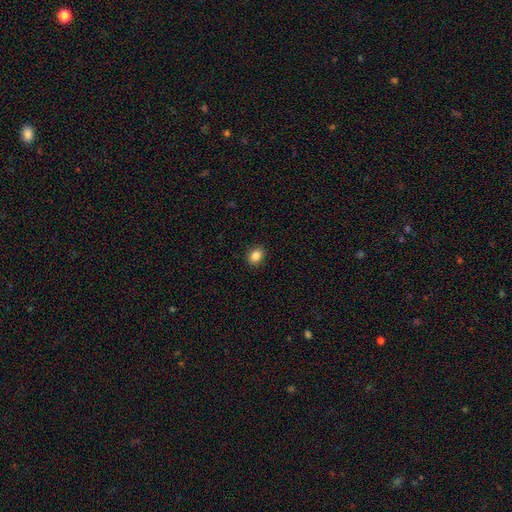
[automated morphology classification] The model was most divided on "how rounded": in between: 59%, round: 39%, cigar-shaped: 1%. More confident: merging — none (90%); smooth or featured — smooth (85%).